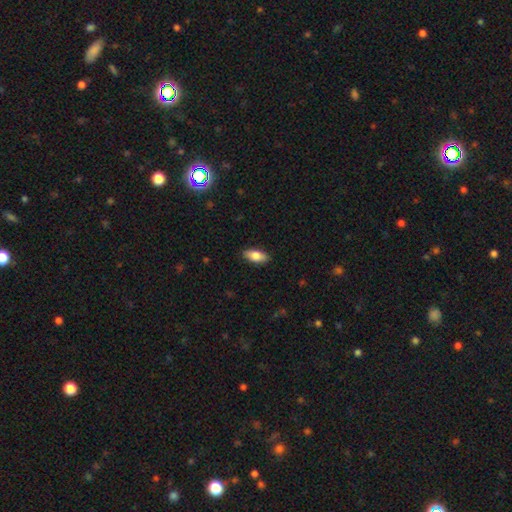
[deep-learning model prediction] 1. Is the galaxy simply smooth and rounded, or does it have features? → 78% smooth, 16% featured or disk, 6% star or artifact.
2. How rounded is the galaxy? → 86% in between, 11% cigar-shaped, 3% round.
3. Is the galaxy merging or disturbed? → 89% none, 8% minor disturbance, 2% major disturbance, 1% merger.